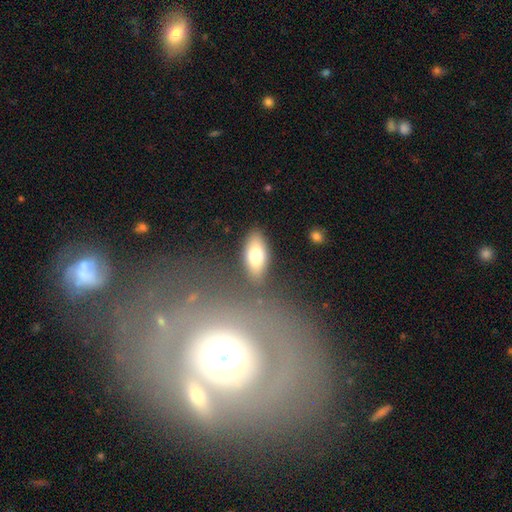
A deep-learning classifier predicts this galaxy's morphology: Q: Smooth or featured?
A: smooth (71%); runner-up: featured or disk (21%)
Q: How rounded?
A: in between (83%); runner-up: cigar-shaped (12%)
Q: Merging?
A: none (82%); runner-up: minor disturbance (10%)